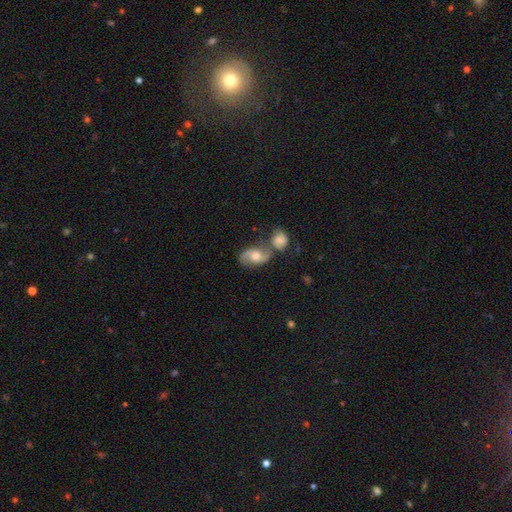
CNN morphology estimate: Smooth or featured? featured or disk (74%)
Edge-on disk? no (96%)
Bar? no (61%)
Spiral arms? yes (93%)
Spiral winding? medium (46%)
Spiral arm count? 2 (91%)
Bulge size? moderate (67%)
Merging? none (44%)